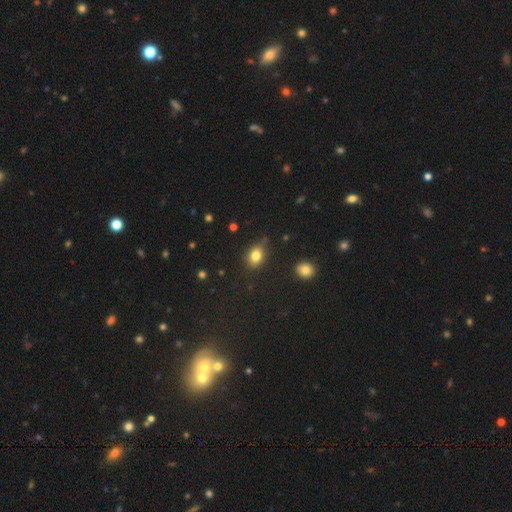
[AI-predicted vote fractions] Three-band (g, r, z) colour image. It shows a smooth galaxy with no disk features (80%) that is in between round and cigar-shaped (62%). Merging: none (75%).